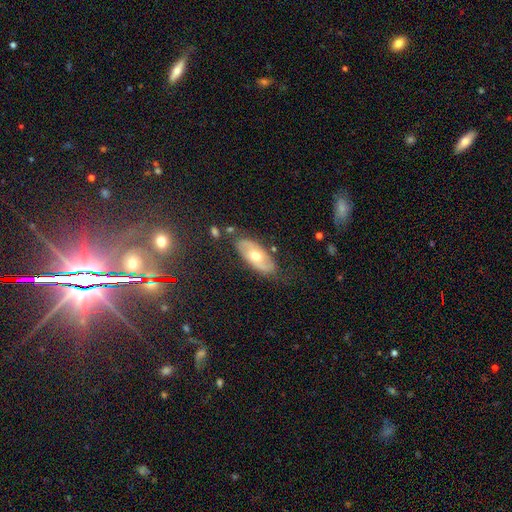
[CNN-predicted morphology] This appears to be a featured or disk galaxy (48%). Merging: none (73%).